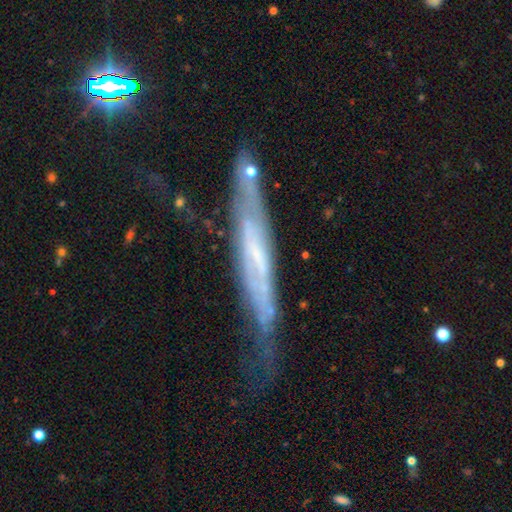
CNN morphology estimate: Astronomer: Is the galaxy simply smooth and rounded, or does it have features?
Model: featured or disk — 71%.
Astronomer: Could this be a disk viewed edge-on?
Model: yes — 72%.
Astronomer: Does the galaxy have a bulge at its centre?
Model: none — 70%.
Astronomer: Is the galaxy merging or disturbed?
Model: none — 58%.